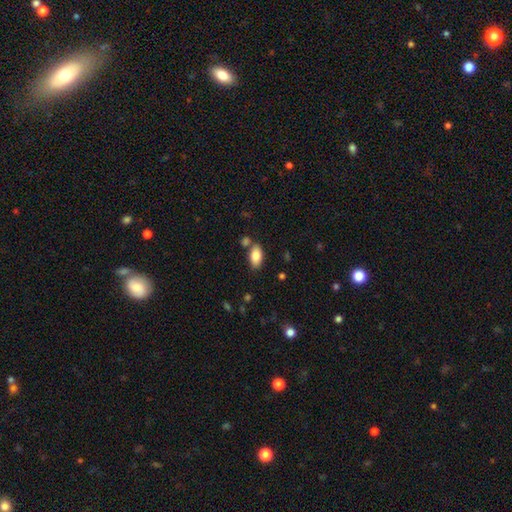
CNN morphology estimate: smooth 83%, featured or disk 10%, star or artifact 7%. Down the decision tree: how rounded — in between (92%); merging — none (73%).